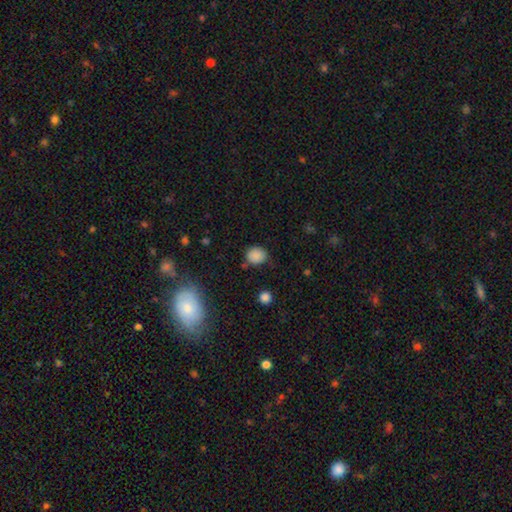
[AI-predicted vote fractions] Q: Smooth or featured?
A: smooth (85%); runner-up: star or artifact (11%)
Q: How rounded?
A: round (74%); runner-up: in between (25%)
Q: Merging?
A: none (74%); runner-up: minor disturbance (18%)